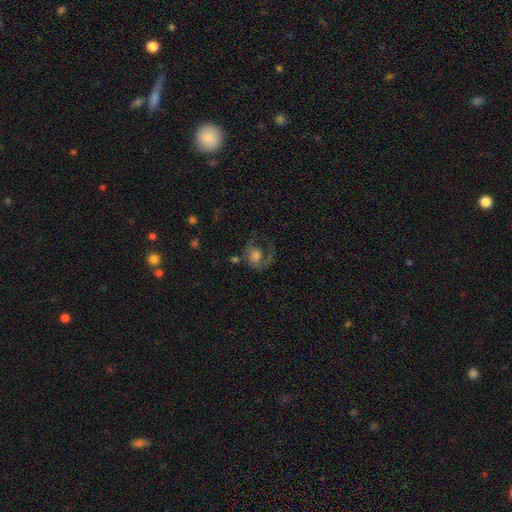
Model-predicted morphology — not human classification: This is possibly a featured or disk galaxy (55%). It is clearly not viewed edge-on (97%). Bar: likely no (79%). Spiral arm pattern: likely yes (72%). Central bulge: marginally moderate (41%). Merging: marginally major disturbance (40%).